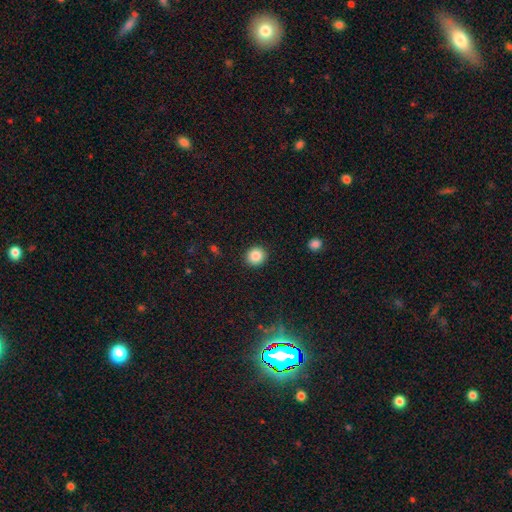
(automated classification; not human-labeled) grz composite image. It shows a smooth galaxy with no disk features (87%) that is round (88%). Merging: none (91%).